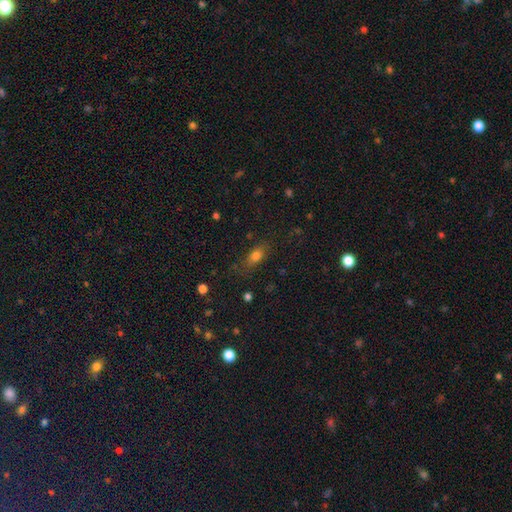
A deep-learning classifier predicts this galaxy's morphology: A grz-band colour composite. It shows a smooth galaxy with no disk features (70%) that is in between round and cigar-shaped (67%). Merging: none (75%).